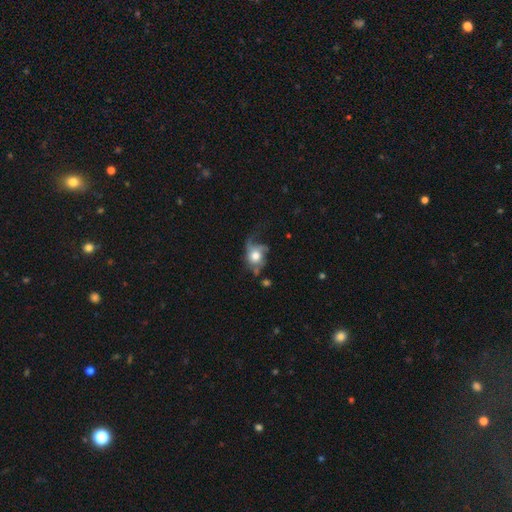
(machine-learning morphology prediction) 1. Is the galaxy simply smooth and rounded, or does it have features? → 46% featured or disk (tied), 46% smooth (tied), 9% star or artifact.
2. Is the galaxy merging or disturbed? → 41% major disturbance, 30% none, 24% minor disturbance, 6% merger.